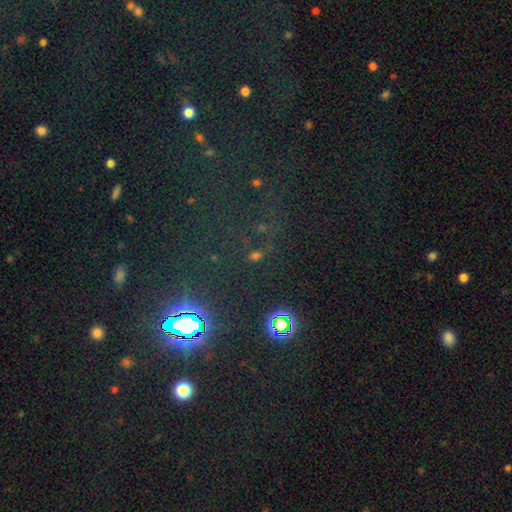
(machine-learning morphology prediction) smooth_or_featured: star or artifact (p=0.69) [alt: smooth p=0.21]